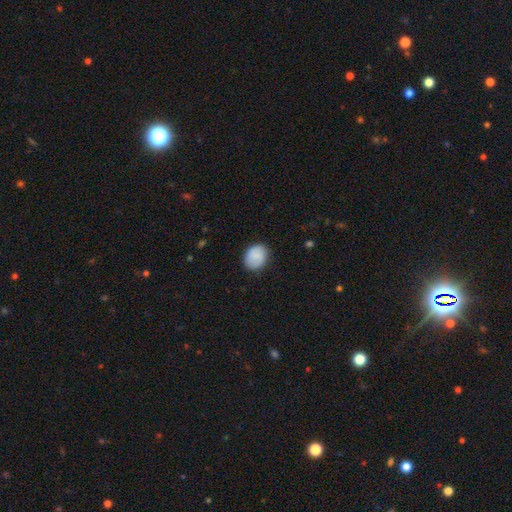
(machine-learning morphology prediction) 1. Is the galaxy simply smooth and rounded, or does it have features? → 82% smooth, 11% featured or disk, 7% star or artifact.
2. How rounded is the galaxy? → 53% in between, 46% round, 1% cigar-shaped.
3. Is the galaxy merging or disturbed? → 83% none, 13% minor disturbance, 3% major disturbance, 1% merger.